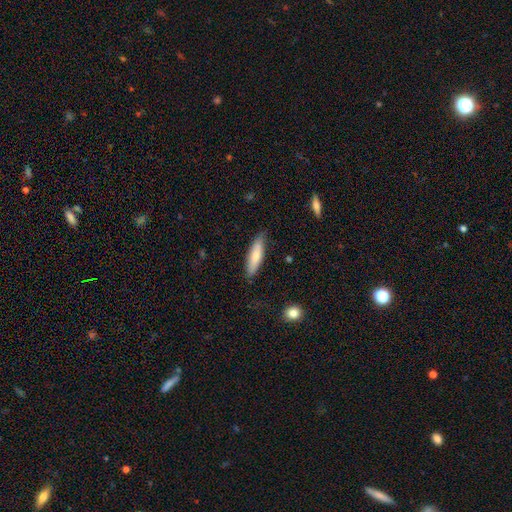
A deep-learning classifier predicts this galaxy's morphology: smooth 74%, featured or disk 20%, star or artifact 6%. Down the decision tree: how rounded — cigar-shaped (65%); merging — none (79%).